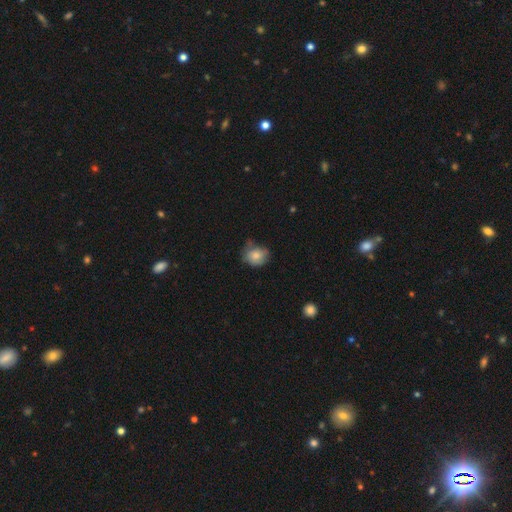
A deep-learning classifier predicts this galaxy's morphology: Q: Smooth or featured?
A: smooth (77%); runner-up: featured or disk (14%)
Q: How rounded?
A: round (65%); runner-up: in between (34%)
Q: Merging?
A: none (52%); runner-up: minor disturbance (35%)